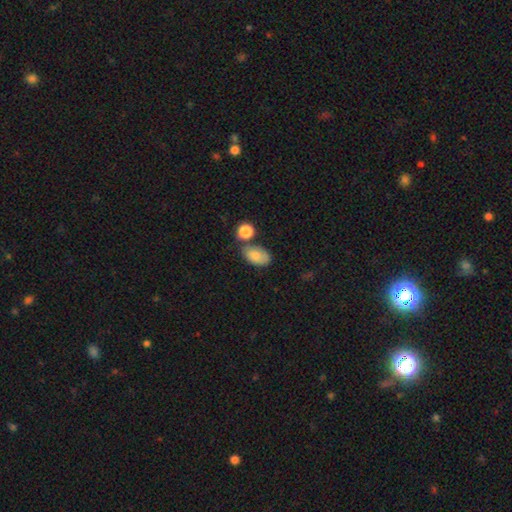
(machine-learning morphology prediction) A smooth galaxy with no disk features (78%) that is in between round and cigar-shaped (88%). Merging: none (56%).